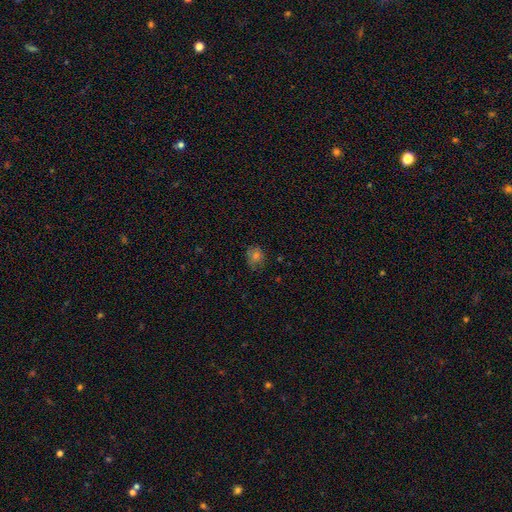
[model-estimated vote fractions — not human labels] The model was most divided on "smooth or featured": smooth: 69%, star or artifact: 19%, featured or disk: 12%. More confident: how rounded — round (77%); merging — none (74%).